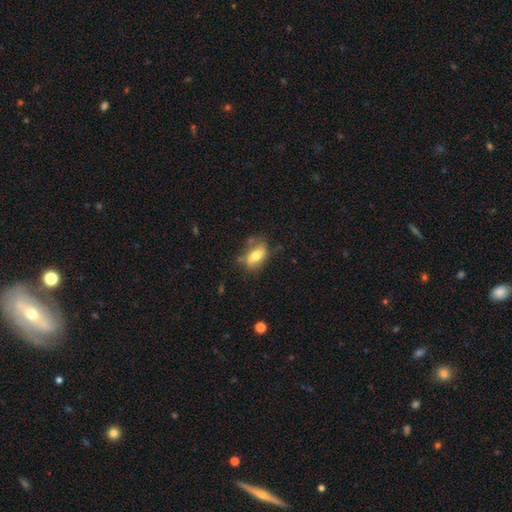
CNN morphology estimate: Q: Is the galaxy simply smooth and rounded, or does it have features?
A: smooth — 61%.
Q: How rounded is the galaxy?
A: in between — 83%.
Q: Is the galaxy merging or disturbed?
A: none — 64%.